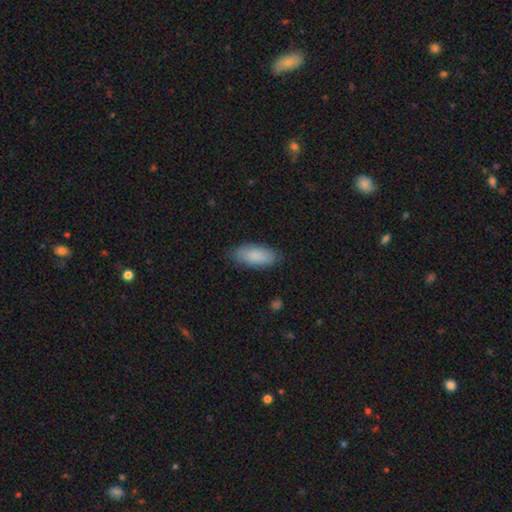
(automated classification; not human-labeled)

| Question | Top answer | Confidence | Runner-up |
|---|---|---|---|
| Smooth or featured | smooth | 87% | featured or disk (7%) |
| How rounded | in between | 83% | cigar-shaped (15%) |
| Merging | none | 83% | minor disturbance (13%) |